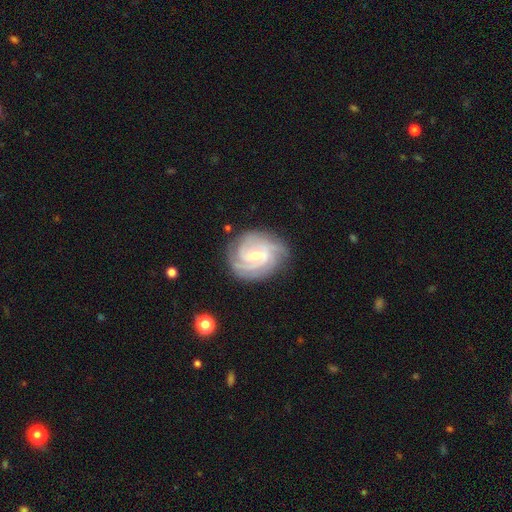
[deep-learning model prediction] smooth-or-featured: featured or disk: 88% | smooth: 7% | star or artifact: 5%
  disk-edge-on: no: 98% | yes: 2%
    bar: weak: 52% | no: 32% | strong: 15%
    has-spiral-arms: yes: 98% | no: 2%
      spiral-winding: tight: 67% | medium: 29% | loose: 5%
      spiral-arm-count: 3: 39% | 4: 20% | can't tell: 17% | 2: 15% | more than 4: 5% | 1: 5%
    bulge-size: small: 48% (tied) | moderate: 48% (tied) | large: 2% | none: 1% | dominant: 1%
  merging: none: 80% | minor disturbance: 14% | major disturbance: 4% | merger: 1%